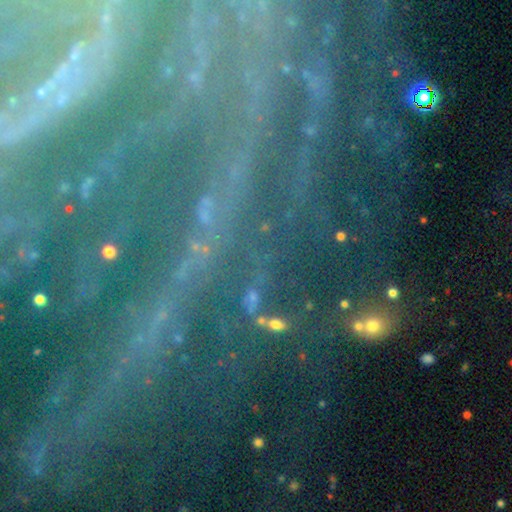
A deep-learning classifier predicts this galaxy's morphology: This appears to be a star or artifact, not a galaxy (47%).